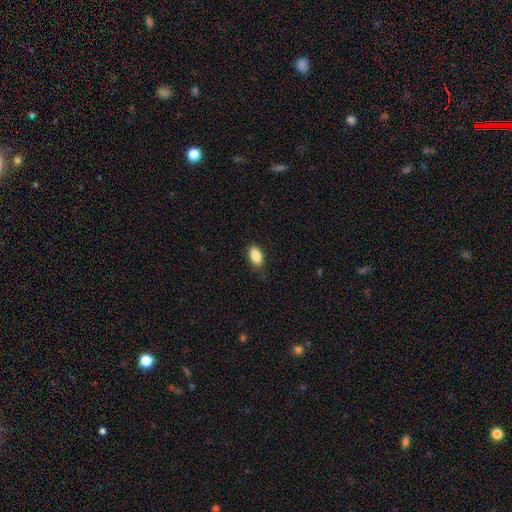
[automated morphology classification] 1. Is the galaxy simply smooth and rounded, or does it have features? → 87% smooth, 8% star or artifact, 6% featured or disk.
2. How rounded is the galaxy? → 90% in between, 5% round, 4% cigar-shaped.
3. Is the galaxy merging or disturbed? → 80% none, 17% minor disturbance, 3% major disturbance, 1% merger.